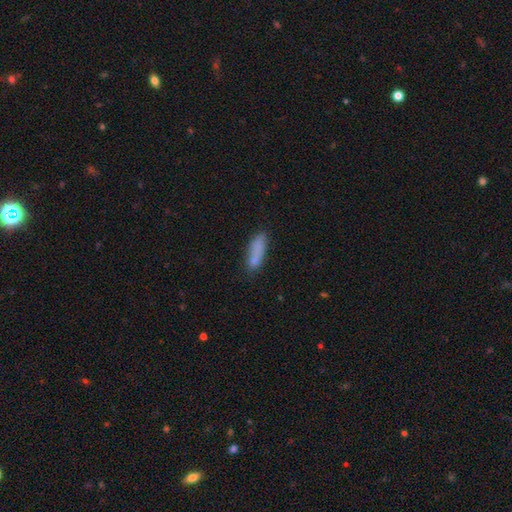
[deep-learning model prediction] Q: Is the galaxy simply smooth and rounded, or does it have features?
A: smooth — 79%.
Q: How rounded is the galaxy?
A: cigar-shaped — 56%.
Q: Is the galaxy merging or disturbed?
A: none — 72%.